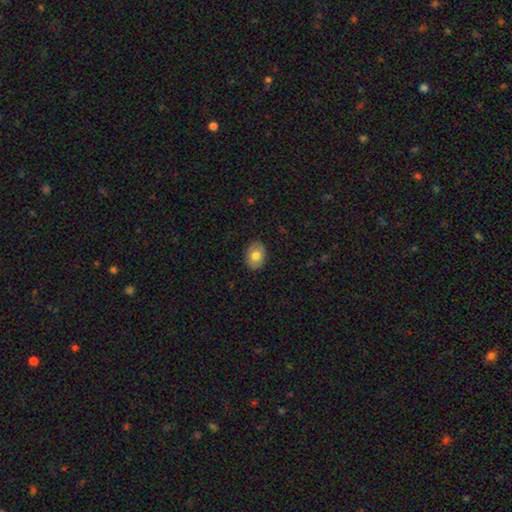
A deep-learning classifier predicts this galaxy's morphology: Q: Smooth or featured?
A: smooth (79%); runner-up: featured or disk (13%)
Q: How rounded?
A: in between (75%); runner-up: round (24%)
Q: Merging?
A: none (89%); runner-up: minor disturbance (8%)